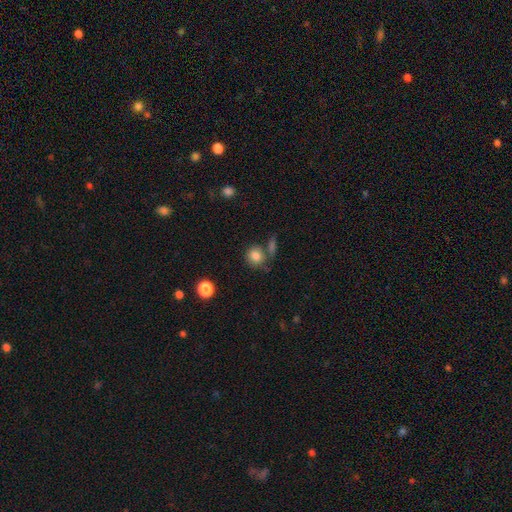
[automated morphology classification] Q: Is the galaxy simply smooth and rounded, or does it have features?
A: smooth — 82%.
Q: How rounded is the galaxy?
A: round — 79%.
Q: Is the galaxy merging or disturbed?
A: none — 62%.